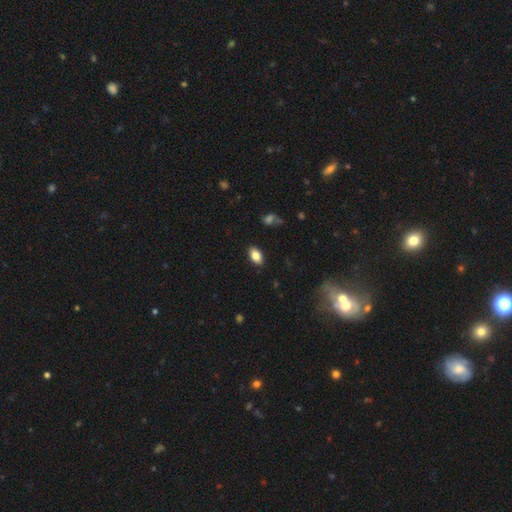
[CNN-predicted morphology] A smooth galaxy with no disk features (83%) that is in between round and cigar-shaped (90%).

Vote fractions:
- Smooth or featured? smooth: 83% / featured or disk: 9% / star or artifact: 8%
- How rounded? in between: 90% / round: 7% / cigar-shaped: 3%
- Merging? none: 87% / minor disturbance: 9% / major disturbance: 2% / merger: 1%